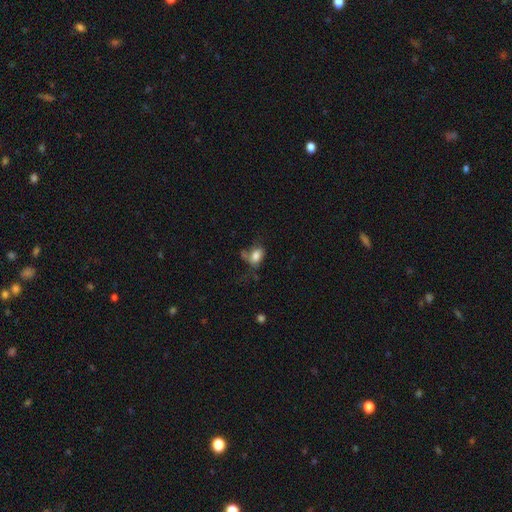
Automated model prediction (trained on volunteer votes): This is likely a smooth galaxy (74%). How rounded: clearly in between (82%). Merging: marginally none (36%).